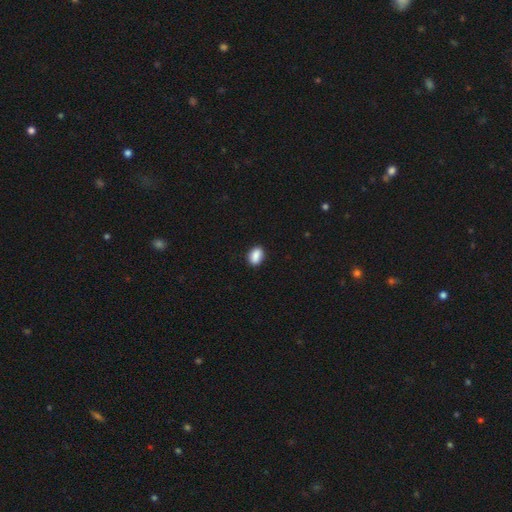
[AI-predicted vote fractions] Morphology: type=smooth (88%); roundness=in between (81%); merging=none (86%).